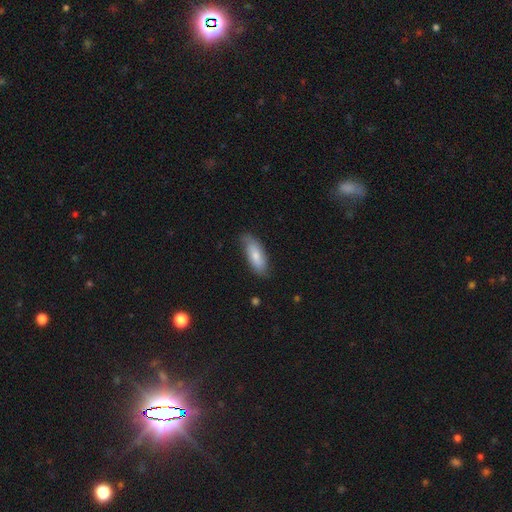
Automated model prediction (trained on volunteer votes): Smooth or featured?
  - smooth: 75% *
  - featured or disk: 19%
  - star or artifact: 6%
How rounded?
  - in between: 75% *
  - cigar-shaped: 23%
  - round: 2%
Merging?
  - none: 74% *
  - minor disturbance: 21%
  - major disturbance: 4%
  - merger: 1%